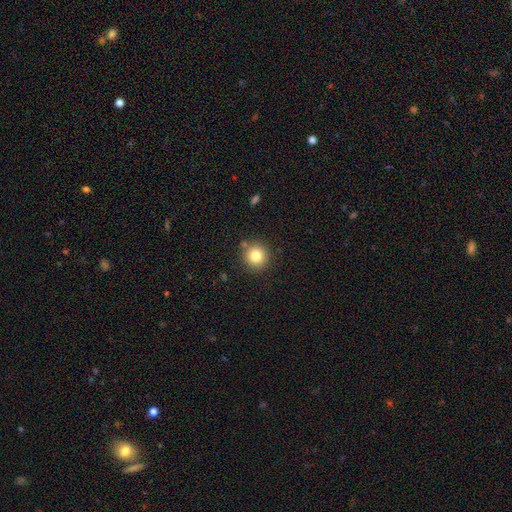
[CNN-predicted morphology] A smooth galaxy with no disk features (81%) that is round (93%). Merging: none (86%).